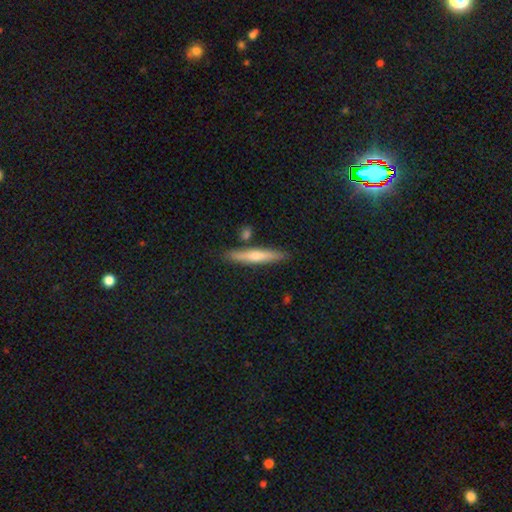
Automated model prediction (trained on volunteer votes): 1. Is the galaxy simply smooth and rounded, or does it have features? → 54% smooth, 40% featured or disk, 6% star or artifact.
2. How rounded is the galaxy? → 92% cigar-shaped, 6% in between, 2% round.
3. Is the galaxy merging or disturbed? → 83% none, 10% minor disturbance, 6% merger, 2% major disturbance.